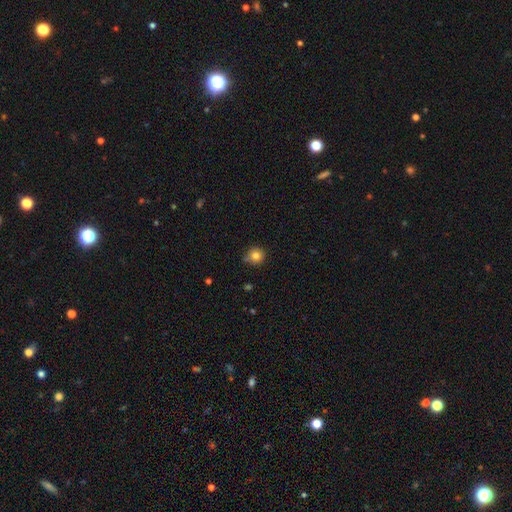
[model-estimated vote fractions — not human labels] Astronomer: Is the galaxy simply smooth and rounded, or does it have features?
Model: smooth — 83%.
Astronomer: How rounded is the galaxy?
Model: round — 92%.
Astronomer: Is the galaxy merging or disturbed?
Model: none — 75%.